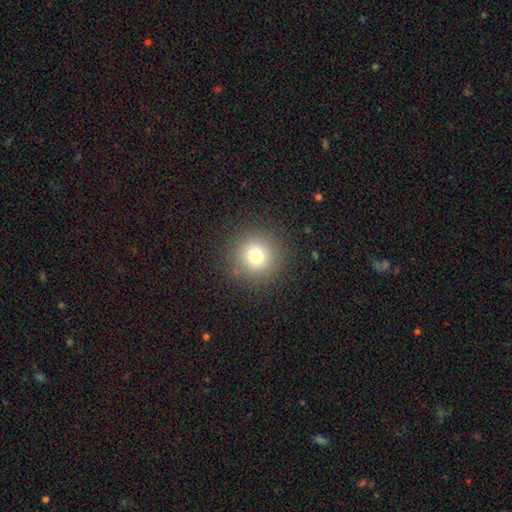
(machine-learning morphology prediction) Q: Smooth or featured?
A: smooth (75%); runner-up: star or artifact (15%)
Q: How rounded?
A: round (95%); runner-up: in between (4%)
Q: Merging?
A: none (89%); runner-up: minor disturbance (6%)